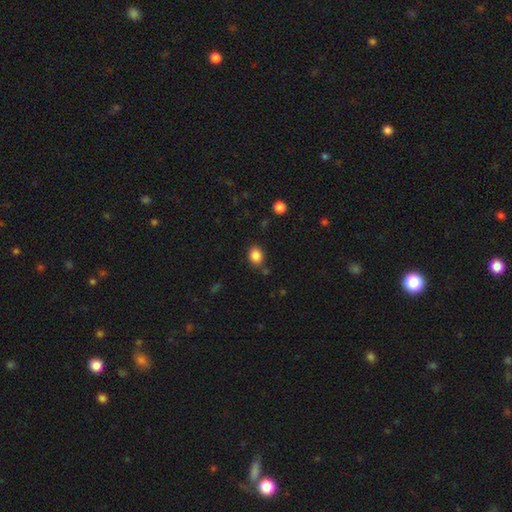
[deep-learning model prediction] smooth-or-featured: smooth: 86% | star or artifact: 10% | featured or disk: 4%
  how-rounded: round: 52% | in between: 47% | cigar-shaped: 1%
  merging: none: 79% | minor disturbance: 13% | merger: 5% | major disturbance: 4%